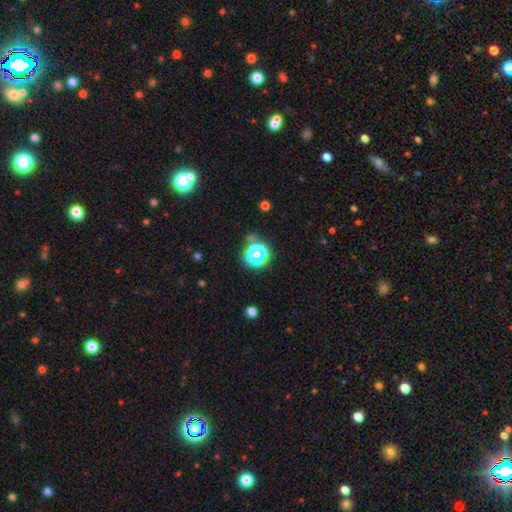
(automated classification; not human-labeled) Smooth or featured? star or artifact (66%)